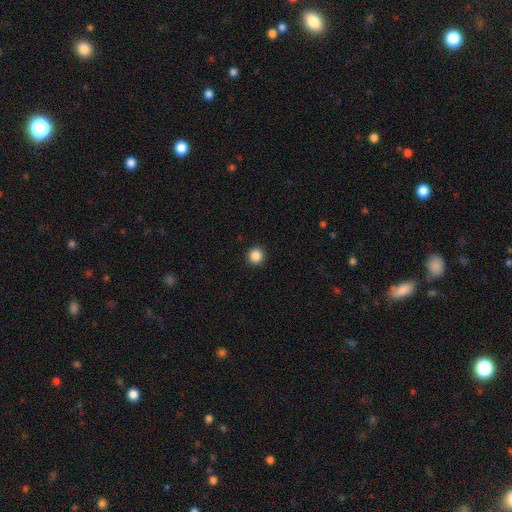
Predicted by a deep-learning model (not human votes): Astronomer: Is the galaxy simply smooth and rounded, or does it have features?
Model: smooth — 87%.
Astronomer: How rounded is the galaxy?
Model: round — 95%.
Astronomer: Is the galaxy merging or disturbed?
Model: none — 93%.